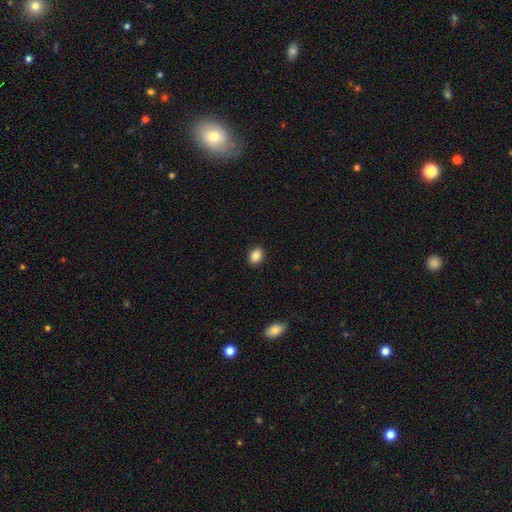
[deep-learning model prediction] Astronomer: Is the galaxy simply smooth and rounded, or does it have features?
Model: smooth — 87%.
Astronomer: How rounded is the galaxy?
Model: in between — 72%.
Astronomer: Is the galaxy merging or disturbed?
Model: none — 90%.